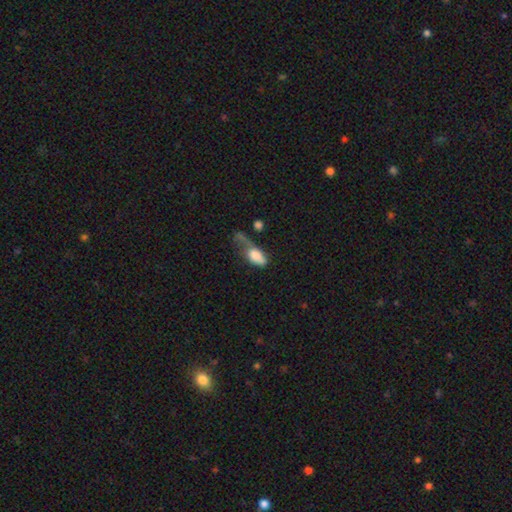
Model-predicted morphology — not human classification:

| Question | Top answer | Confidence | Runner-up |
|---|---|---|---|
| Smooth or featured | smooth | 74% | featured or disk (18%) |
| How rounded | in between | 86% | round (8%) |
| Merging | major disturbance | 47% | minor disturbance (21%) |